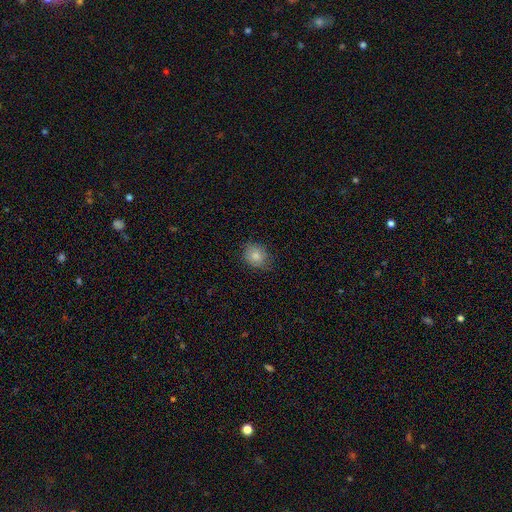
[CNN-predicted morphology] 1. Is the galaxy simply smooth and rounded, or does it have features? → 83% smooth, 9% star or artifact, 8% featured or disk.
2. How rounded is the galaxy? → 67% round, 33% in between, 1% cigar-shaped.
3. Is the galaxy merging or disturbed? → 77% none, 18% minor disturbance, 4% major disturbance, 1% merger.